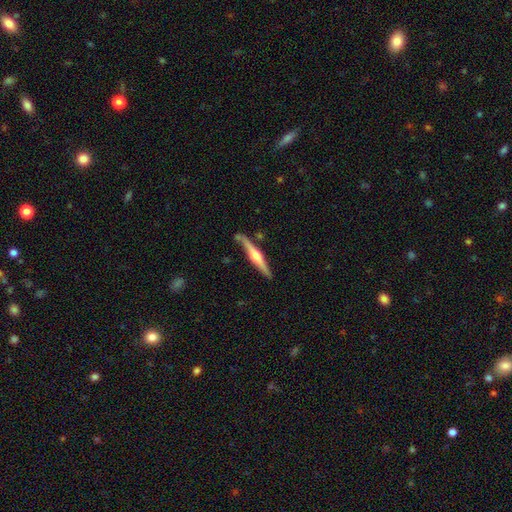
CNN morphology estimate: Smooth or featured? Predicted: featured or disk (p=0.73). Edge-on disk? Predicted: yes (p=0.98). Edge-on bulge? Predicted: rounded (p=0.91). Merging? Predicted: none (p=0.81).